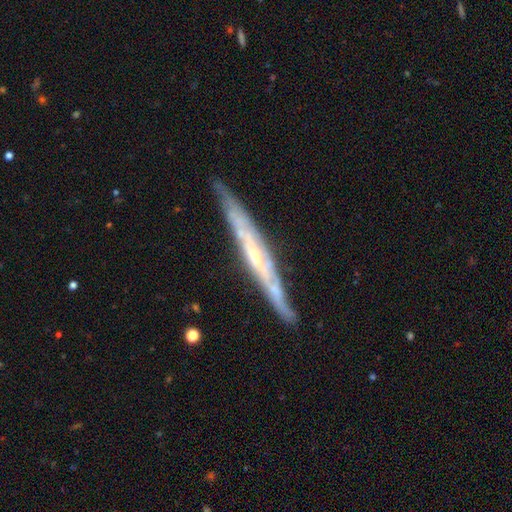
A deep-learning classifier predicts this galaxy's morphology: Q: Smooth or featured?
A: featured or disk (80%); runner-up: smooth (14%)
Q: Edge-on disk?
A: yes (85%); runner-up: no (15%)
Q: Edge-on bulge?
A: none (52%); runner-up: rounded (39%)
Q: Merging?
A: none (80%); runner-up: minor disturbance (15%)